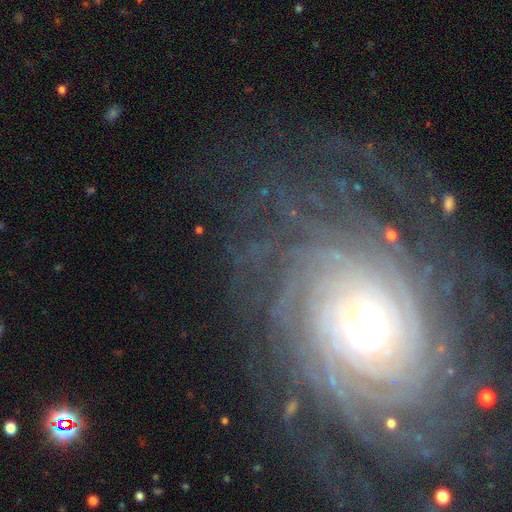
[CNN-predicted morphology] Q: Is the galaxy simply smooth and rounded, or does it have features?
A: featured or disk — 87%.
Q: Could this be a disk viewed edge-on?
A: no — 96%.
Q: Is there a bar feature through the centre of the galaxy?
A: no — 70%.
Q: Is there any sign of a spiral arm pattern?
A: yes — 98%.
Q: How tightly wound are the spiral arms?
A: tight — 84%.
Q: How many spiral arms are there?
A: more than 4 — 39%.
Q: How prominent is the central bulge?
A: moderate — 46%.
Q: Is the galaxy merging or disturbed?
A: none — 77%.